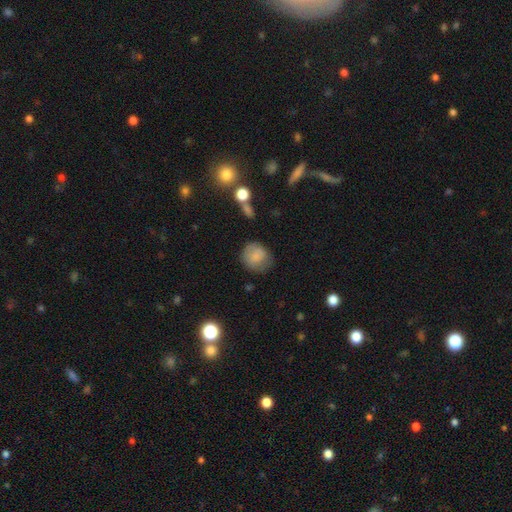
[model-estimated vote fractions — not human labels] Smooth or featured? smooth (79%)
How rounded? round (83%)
Merging? none (70%)